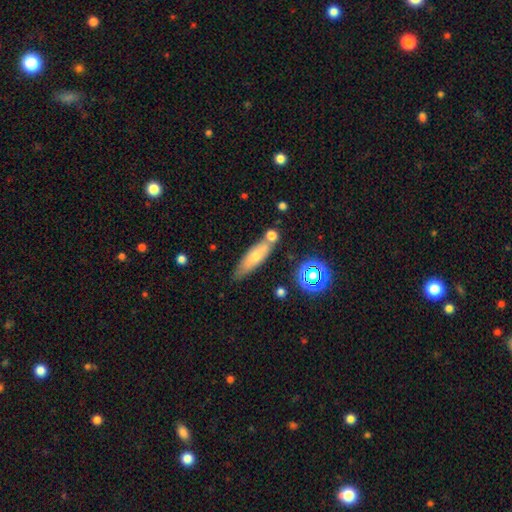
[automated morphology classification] Smooth or featured: smooth — 56% (featured or disk — 33%)
How rounded: cigar-shaped — 56% (in between — 40%)
Merging: none — 66% (minor disturbance — 16%)